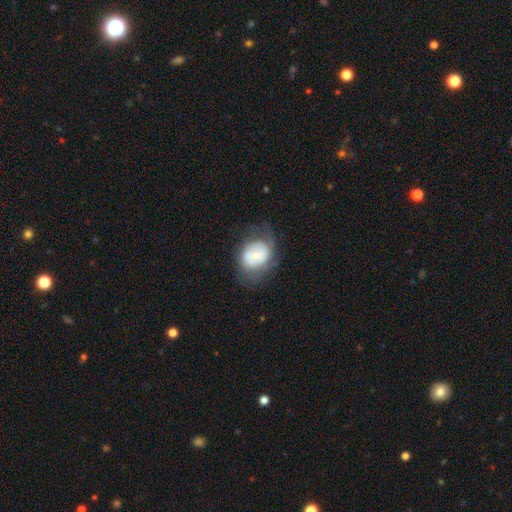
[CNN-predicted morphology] type=featured or disk (50%); edge-on=no (96%); merging=none (53%).